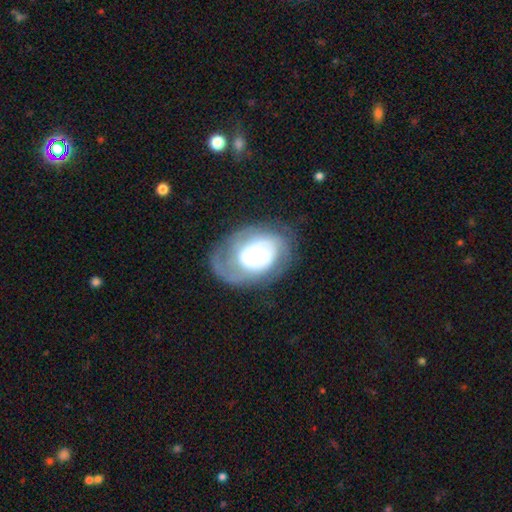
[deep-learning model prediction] smooth-or-featured: featured or disk: 76% | smooth: 18% | star or artifact: 6%
  disk-edge-on: no: 97% | yes: 3%
    bar: no: 73% | weak: 22% | strong: 5%
    has-spiral-arms: yes: 87% | no: 13%
      spiral-winding: tight: 58% | medium: 30% | loose: 12%
      spiral-arm-count: 2: 40% | can't tell: 31% | 1: 14% | 3: 9% | 4: 3% | more than 4: 3%
    bulge-size: moderate: 54% | small: 26% | large: 16% | dominant: 2% | none: 1%
  merging: none: 60% | minor disturbance: 21% | major disturbance: 17% | merger: 2%